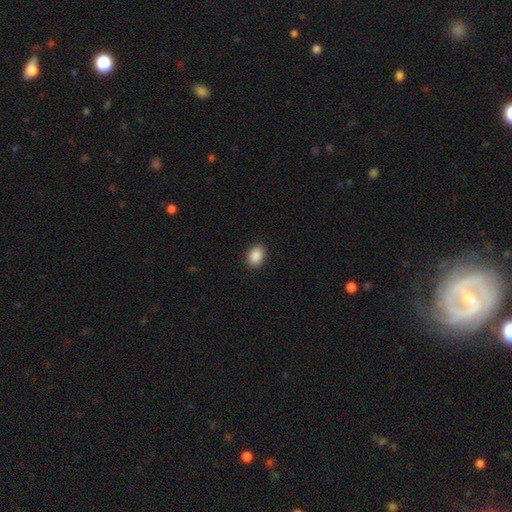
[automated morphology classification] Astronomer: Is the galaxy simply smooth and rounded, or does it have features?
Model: smooth — 89%.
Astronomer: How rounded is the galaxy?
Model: in between — 71%.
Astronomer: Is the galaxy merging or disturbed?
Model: none — 90%.